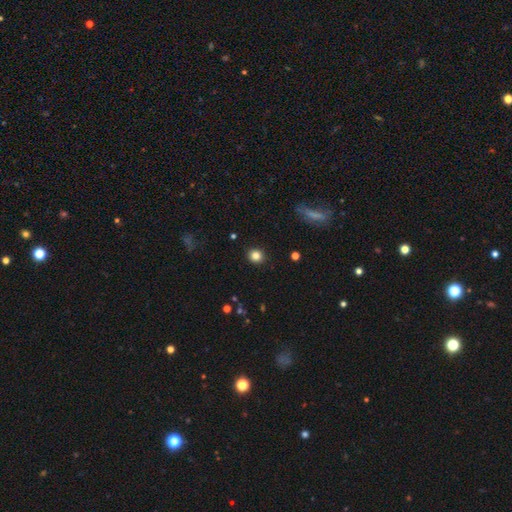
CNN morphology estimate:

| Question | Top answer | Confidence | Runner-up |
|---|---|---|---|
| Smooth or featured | smooth | 82% | star or artifact (12%) |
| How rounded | round | 85% | in between (14%) |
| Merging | none | 91% | minor disturbance (6%) |